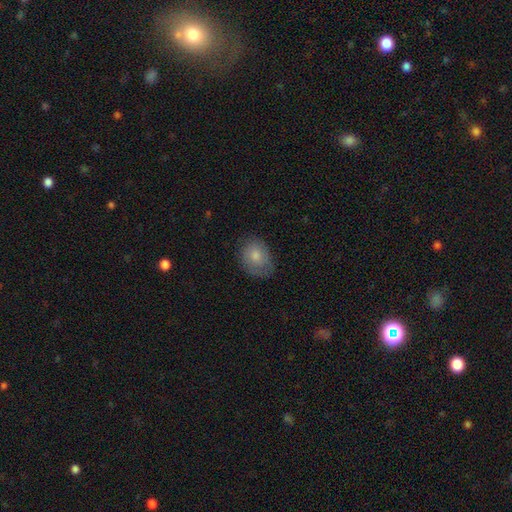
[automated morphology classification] Smooth or featured? Predicted: smooth (p=0.74). How rounded? Predicted: in between (p=0.56). Merging? Predicted: none (p=0.64).